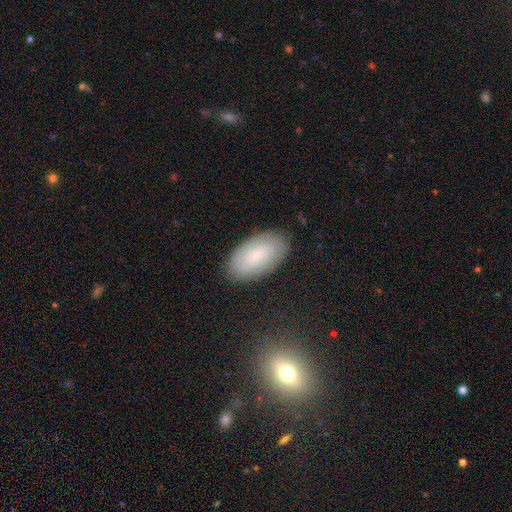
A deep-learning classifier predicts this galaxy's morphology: A smooth galaxy with no disk features (68%) that is in between round and cigar-shaped (95%).

Vote fractions:
- Smooth or featured? smooth: 68% / featured or disk: 23% / star or artifact: 9%
- How rounded? in between: 95% / cigar-shaped: 3% / round: 2%
- Merging? none: 86% / minor disturbance: 10% / major disturbance: 3% / merger: 1%